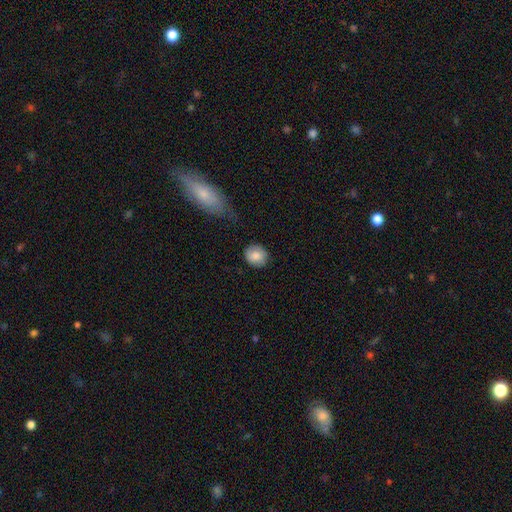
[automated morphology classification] type=smooth (84%); roundness=round (82%); merging=none (82%).